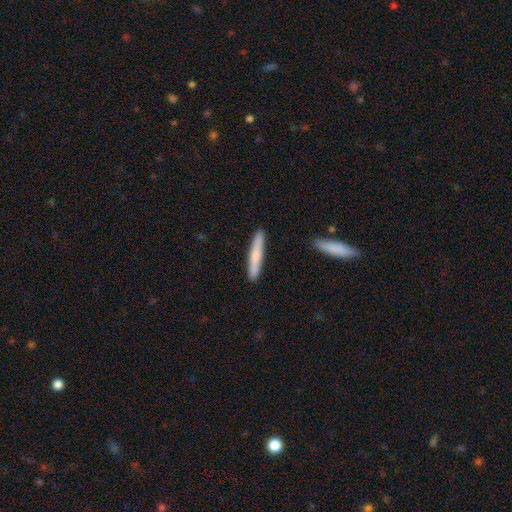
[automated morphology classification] A smooth galaxy with no disk features (70%) that is cigar-shaped (95%). Merging: none (90%).